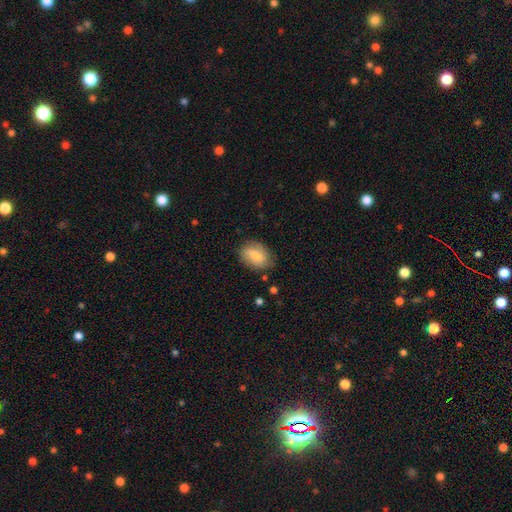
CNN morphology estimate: smooth_or_featured: smooth (p=0.72) [alt: featured or disk p=0.21]
how_rounded: in between (p=0.77) [alt: round p=0.22]
merging: none (p=0.76) [alt: minor disturbance p=0.19]